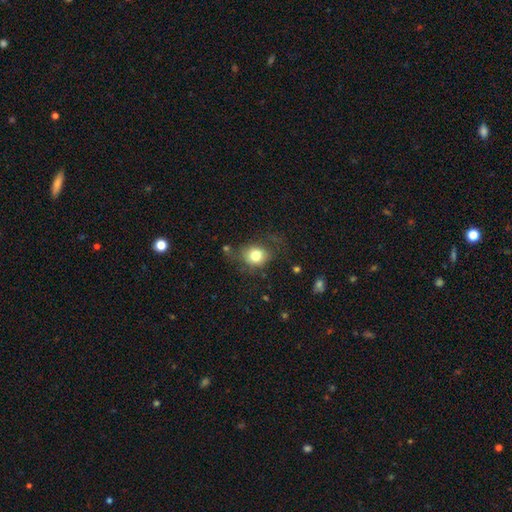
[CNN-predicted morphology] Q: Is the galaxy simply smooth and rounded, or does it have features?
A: smooth — 79%.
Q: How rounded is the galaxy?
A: round — 63%.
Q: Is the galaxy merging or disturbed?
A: none — 59%.